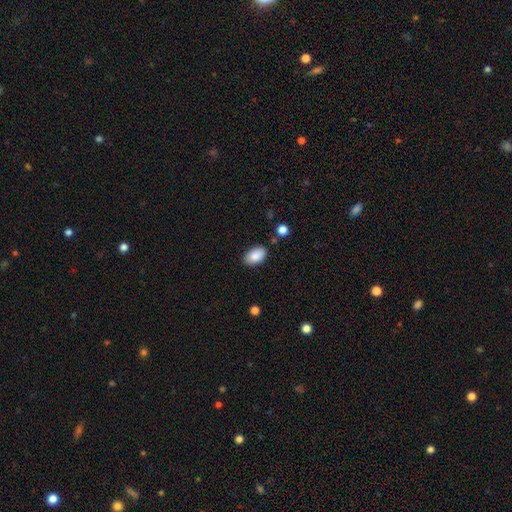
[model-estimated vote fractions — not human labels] The model was most divided on "merging": none: 82%, minor disturbance: 13%, major disturbance: 3%, merger: 2%. More confident: how rounded — in between (92%); smooth or featured — smooth (87%).